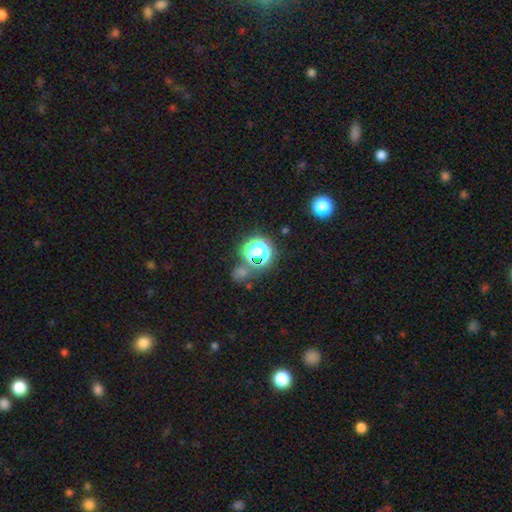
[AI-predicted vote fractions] Smooth or featured? Predicted: star or artifact (p=0.68).